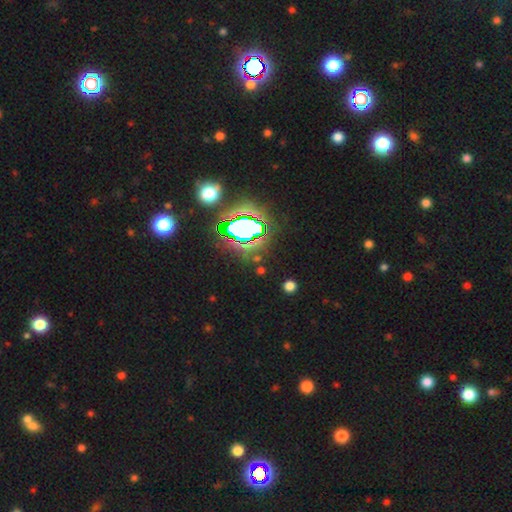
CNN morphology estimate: Overall: star or artifact (69%).